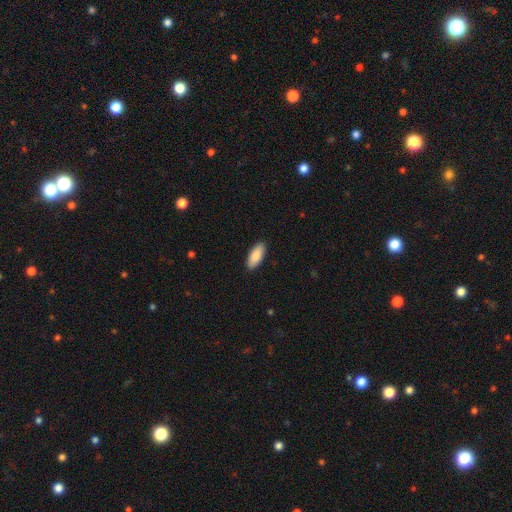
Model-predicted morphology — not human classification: Smooth or featured: smooth — 87% (featured or disk — 7%)
How rounded: in between — 84% (cigar-shaped — 15%)
Merging: none — 90% (minor disturbance — 7%)